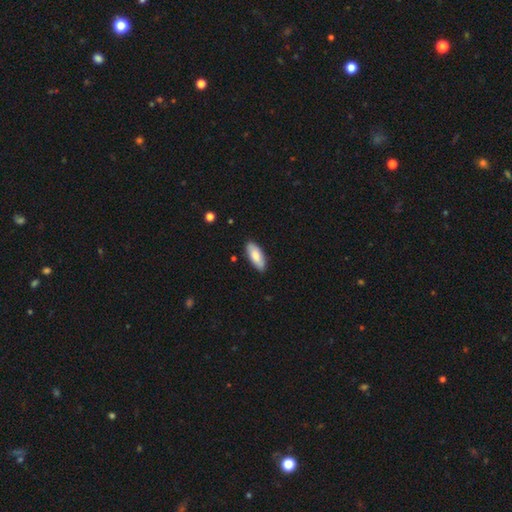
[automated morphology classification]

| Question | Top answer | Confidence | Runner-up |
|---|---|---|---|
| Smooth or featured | smooth | 77% | featured or disk (17%) |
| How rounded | in between | 82% | cigar-shaped (17%) |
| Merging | none | 86% | minor disturbance (11%) |